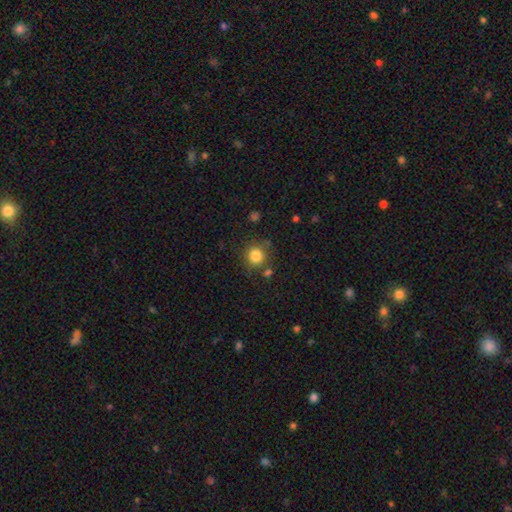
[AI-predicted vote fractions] Smooth or featured? smooth (82%)
How rounded? round (90%)
Merging? none (78%)